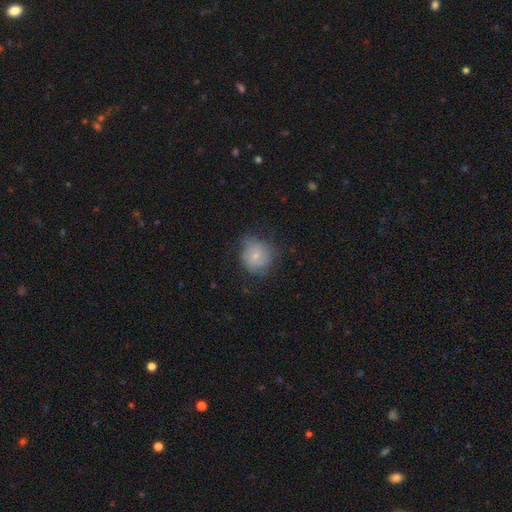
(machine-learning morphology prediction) Smooth or featured?
  - smooth: 66% *
  - featured or disk: 25%
  - star or artifact: 9%
How rounded?
  - round: 82% *
  - in between: 17%
  - cigar-shaped: 1%
Merging?
  - none: 56% *
  - minor disturbance: 30%
  - major disturbance: 13%
  - merger: 1%